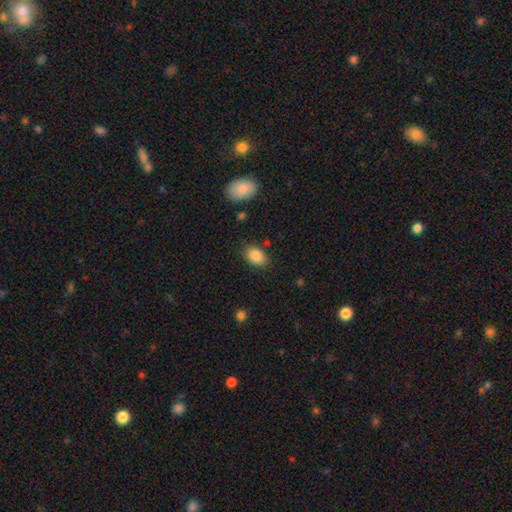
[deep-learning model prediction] This appears to be a smooth galaxy with no disk features (87%) that is in between round and cigar-shaped (86%). Merging: none (82%).